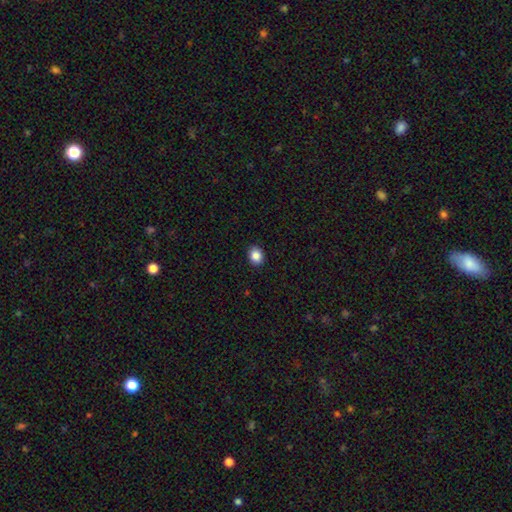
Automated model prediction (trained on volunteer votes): Smooth or featured? Predicted: smooth (p=0.87). How rounded? Predicted: round (p=0.55). Merging? Predicted: none (p=0.91).